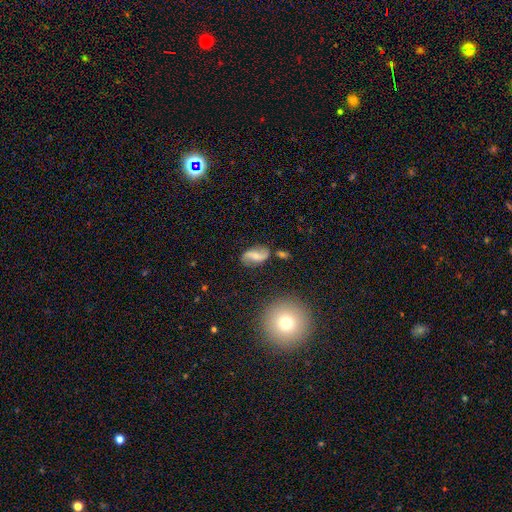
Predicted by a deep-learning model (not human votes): Smooth or featured? featured or disk (69%)
Edge-on disk? no (96%)
Bar? weak (43%)
Spiral arms? yes (93%)
Spiral winding? loose (73%)
Spiral arm count? 2 (92%)
Bulge size? small (42%)
Merging? none (75%)